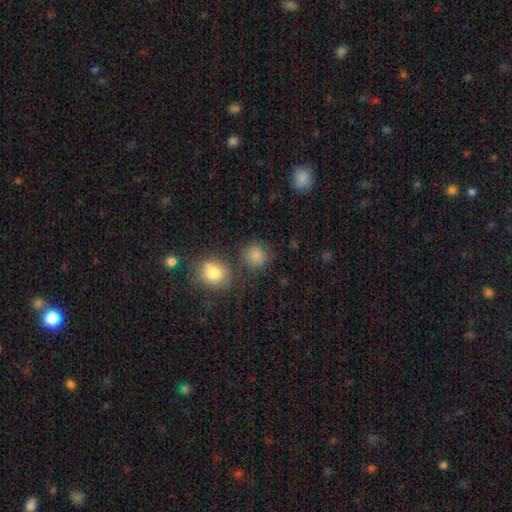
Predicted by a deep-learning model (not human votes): Smooth or featured: smooth — 82% (star or artifact — 12%)
How rounded: round — 86% (in between — 13%)
Merging: none — 71% (minor disturbance — 12%)